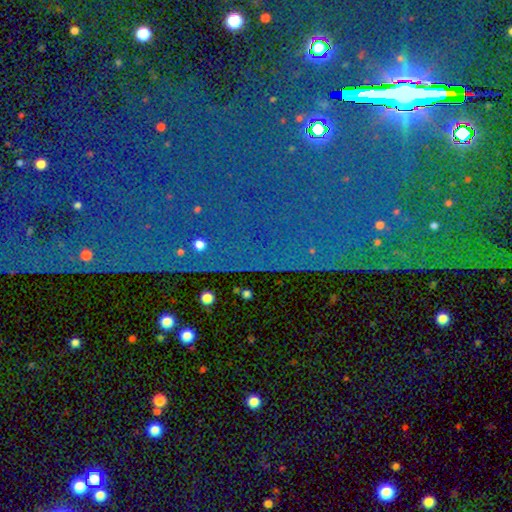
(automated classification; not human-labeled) Smooth or featured: star or artifact — 85% (featured or disk — 9%)